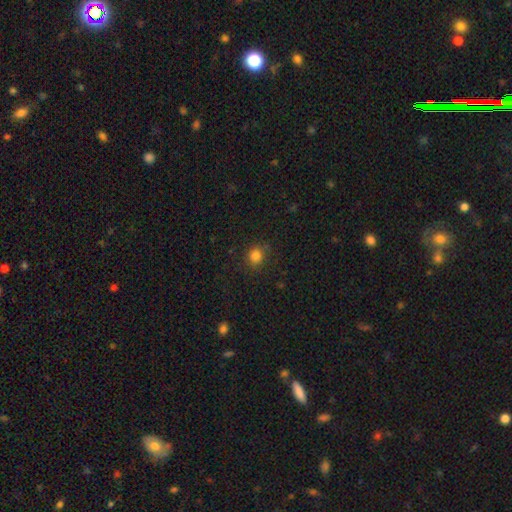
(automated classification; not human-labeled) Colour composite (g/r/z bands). It shows a smooth galaxy with no disk features (82%) that is round (81%). Merging: none (83%).